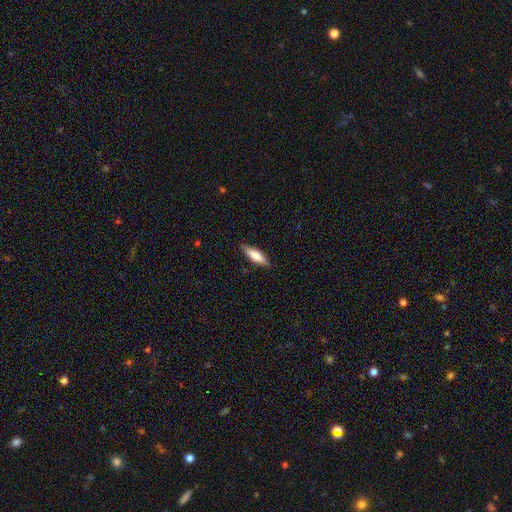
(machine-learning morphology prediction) smooth-or-featured: smooth: 69% | featured or disk: 25% | star or artifact: 6%
  how-rounded: cigar-shaped: 56% | in between: 42% | round: 2%
  merging: none: 86% | minor disturbance: 11% | major disturbance: 2% | merger: 1%